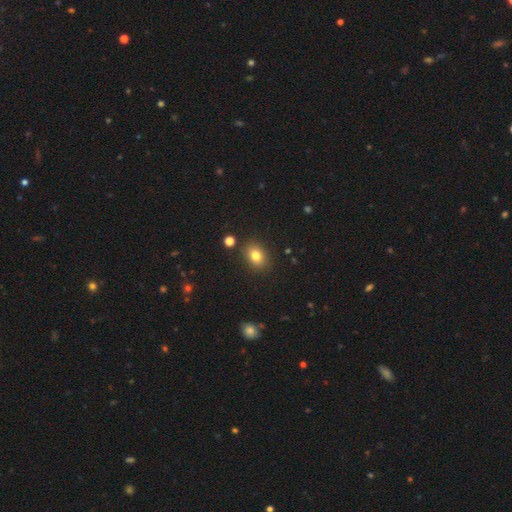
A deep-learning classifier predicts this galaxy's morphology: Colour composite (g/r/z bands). It shows a smooth galaxy with no disk features (81%) that is in between round and cigar-shaped (65%). Merging: none (86%).